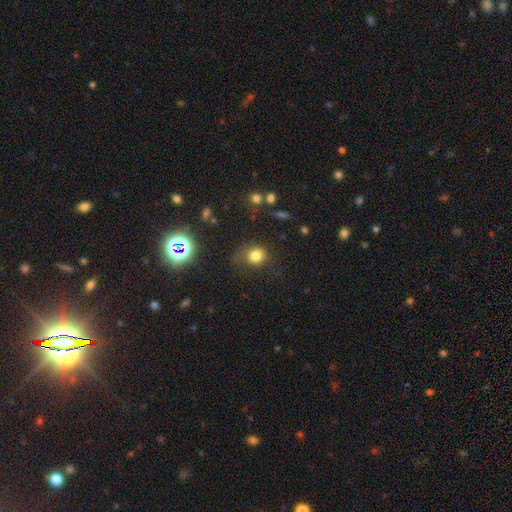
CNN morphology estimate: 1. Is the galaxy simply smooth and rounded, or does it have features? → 78% smooth, 15% star or artifact, 7% featured or disk.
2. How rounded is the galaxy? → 75% round, 23% in between, 1% cigar-shaped.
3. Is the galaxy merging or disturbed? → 65% none, 22% minor disturbance, 10% major disturbance, 3% merger.